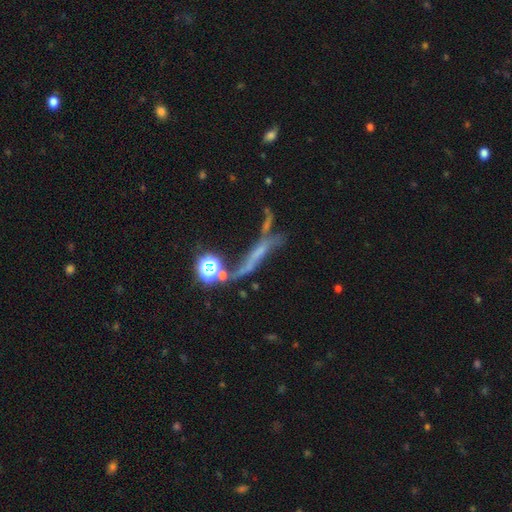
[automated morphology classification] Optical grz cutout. It shows a featured or disk galaxy (51%) viewed edge-on (58%). Merging: none (42%).